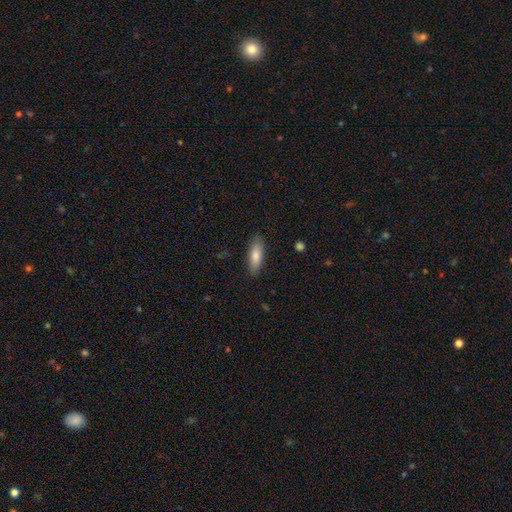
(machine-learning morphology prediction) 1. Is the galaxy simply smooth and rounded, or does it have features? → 81% smooth, 13% featured or disk, 6% star or artifact.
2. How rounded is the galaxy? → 59% in between, 39% cigar-shaped, 2% round.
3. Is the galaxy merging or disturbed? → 87% none, 10% minor disturbance, 2% major disturbance, 1% merger.